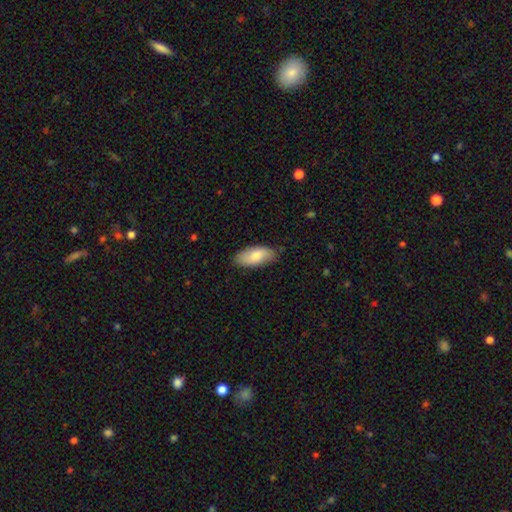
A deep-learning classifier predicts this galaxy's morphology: type=smooth (77%); roundness=in between (88%); merging=none (83%).